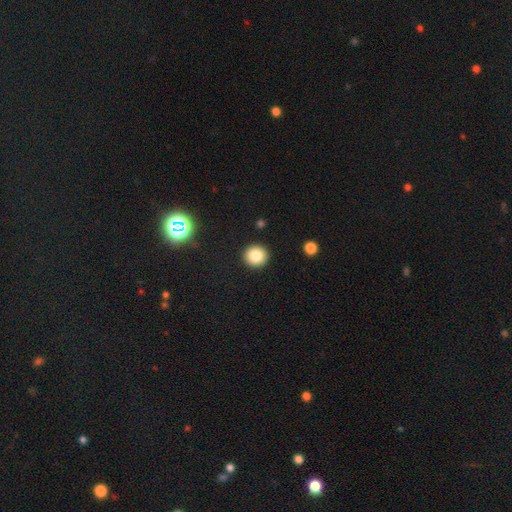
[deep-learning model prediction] The model was most divided on "smooth or featured": smooth: 82%, star or artifact: 12%, featured or disk: 7%. More confident: how rounded — round (94%); merging — none (92%).